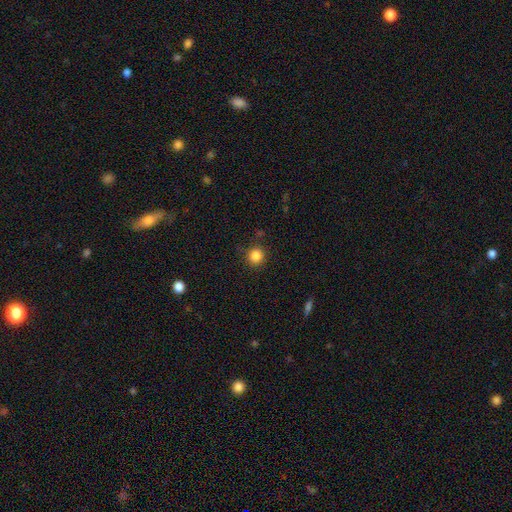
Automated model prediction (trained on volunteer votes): Overall: smooth (84%). How rounded: round (92%). Merging: none (86%).